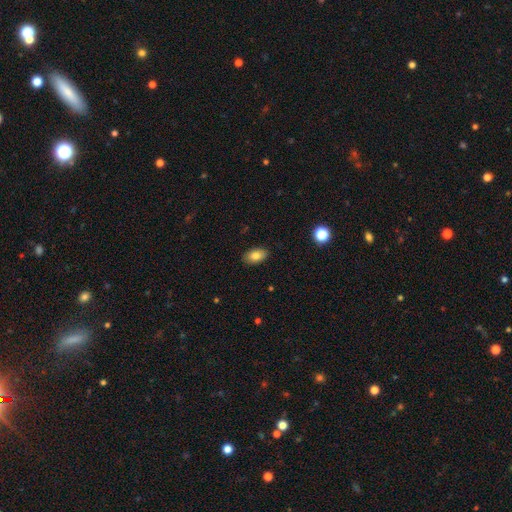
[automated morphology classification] This appears to be a smooth galaxy with no disk features (82%) that is in between round and cigar-shaped (91%). Merging: none (88%).